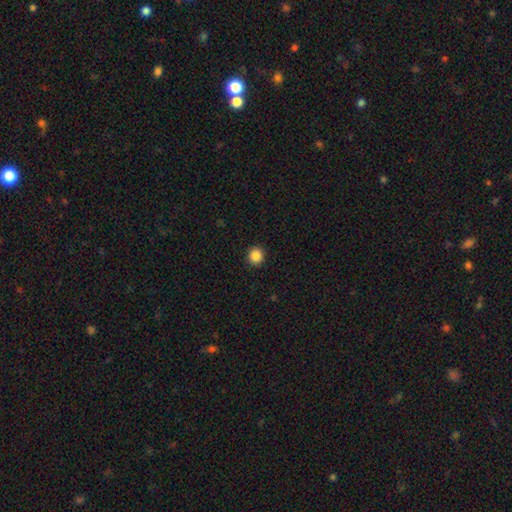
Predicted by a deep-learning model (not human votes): This appears to be a smooth galaxy with no disk features (86%) that is round (91%). Merging: none (93%).